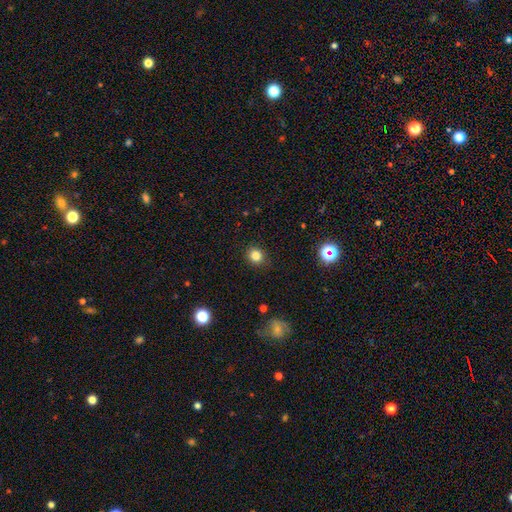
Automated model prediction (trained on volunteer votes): A smooth galaxy with no disk features (82%) that is round (80%). Merging: none (87%).